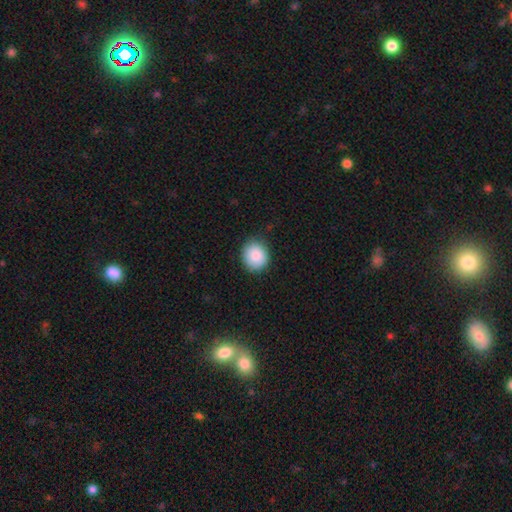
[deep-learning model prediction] Smooth or featured?
  - smooth: 88% *
  - star or artifact: 8%
  - featured or disk: 4%
How rounded?
  - round: 80% *
  - in between: 19%
  - cigar-shaped: 1%
Merging?
  - none: 85% *
  - minor disturbance: 11%
  - major disturbance: 2%
  - merger: 1%